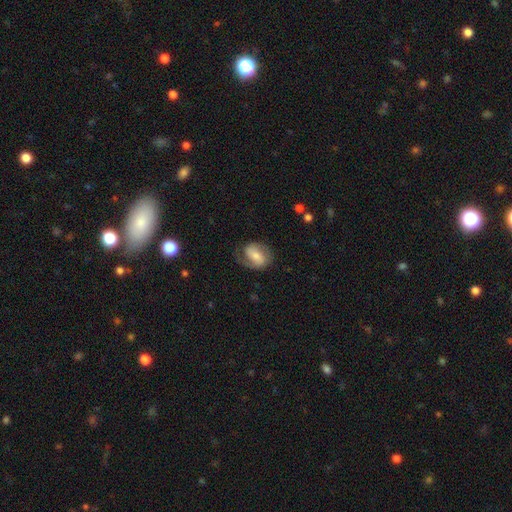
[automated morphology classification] featured or disk 57%, smooth 36%, star or artifact 7%. Down the decision tree: edge-on disk — no (96%); bar — weak (41%); spiral arms — yes (85%); bulge size — moderate (45%); merging — none (59%).